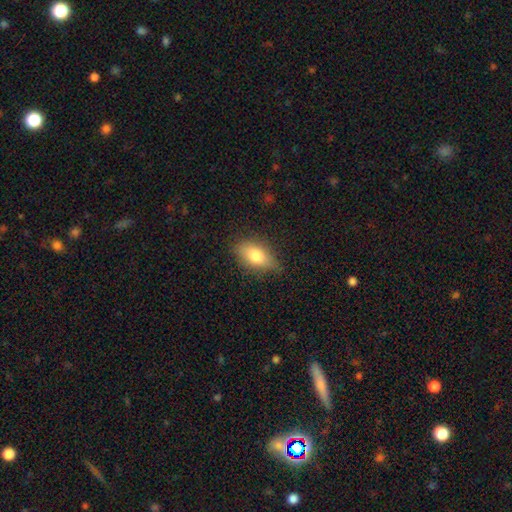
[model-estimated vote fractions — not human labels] A smooth galaxy with no disk features (76%) that is in between round and cigar-shaped (86%).

Vote fractions:
- Smooth or featured? smooth: 76% / featured or disk: 16% / star or artifact: 8%
- How rounded? in between: 86% / round: 8% / cigar-shaped: 7%
- Merging? none: 76% / minor disturbance: 19% / major disturbance: 4% / merger: 1%